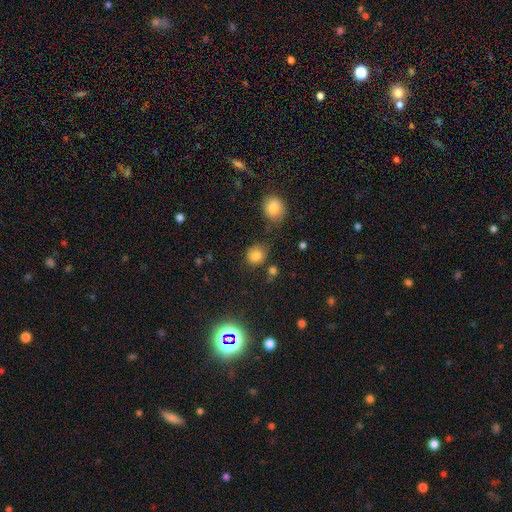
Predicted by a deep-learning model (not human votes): A smooth galaxy with no disk features (81%) that is round (77%). Merging: none (70%).